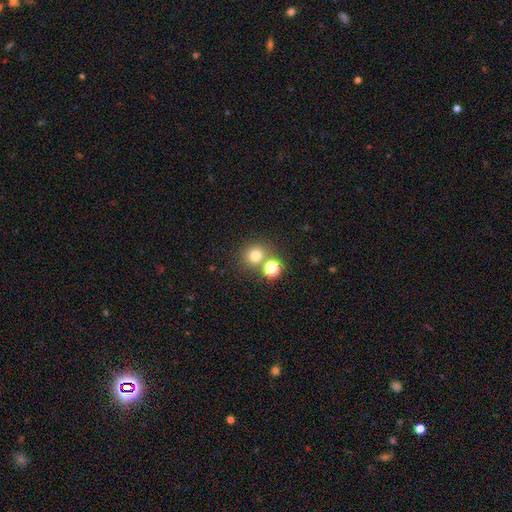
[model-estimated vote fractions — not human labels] Q: Smooth or featured?
A: smooth (75%); runner-up: star or artifact (18%)
Q: How rounded?
A: round (88%); runner-up: in between (11%)
Q: Merging?
A: none (69%); runner-up: merger (20%)